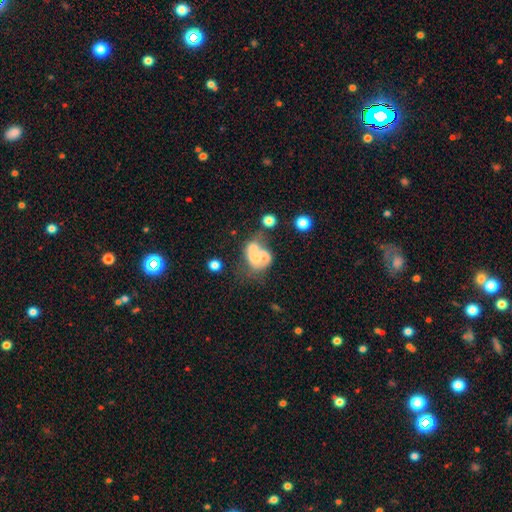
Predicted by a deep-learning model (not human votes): Morphology: type=featured or disk (47%); merging=merger (54%).